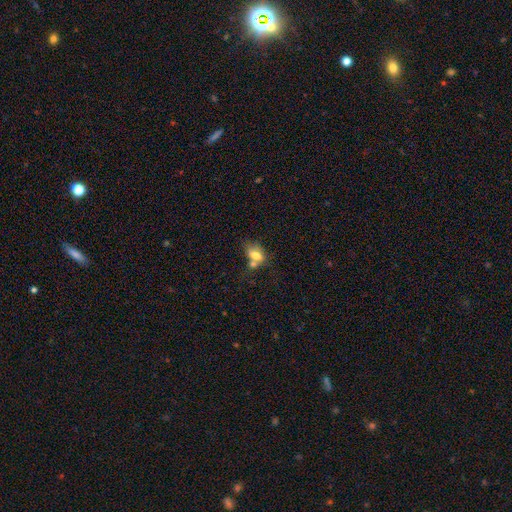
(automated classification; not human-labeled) A smooth galaxy with no disk features (72%) that is in between round and cigar-shaped (76%).

Vote fractions:
- Smooth or featured? smooth: 72% / featured or disk: 18% / star or artifact: 10%
- How rounded? in between: 76% / round: 21% / cigar-shaped: 2%
- Merging? merger: 49% / none: 28% / minor disturbance: 15% / major disturbance: 9%